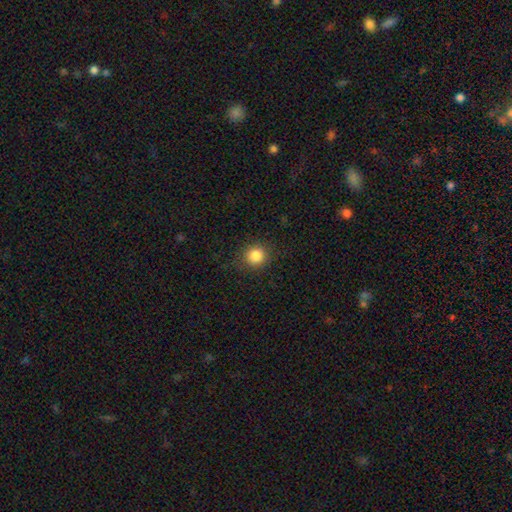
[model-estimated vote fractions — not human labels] A smooth galaxy with no disk features (85%) that is round (90%).

Vote fractions:
- Smooth or featured? smooth: 85% / star or artifact: 11% / featured or disk: 4%
- How rounded? round: 90% / in between: 9% / cigar-shaped: 1%
- Merging? none: 87% / minor disturbance: 8% / major disturbance: 3% / merger: 1%